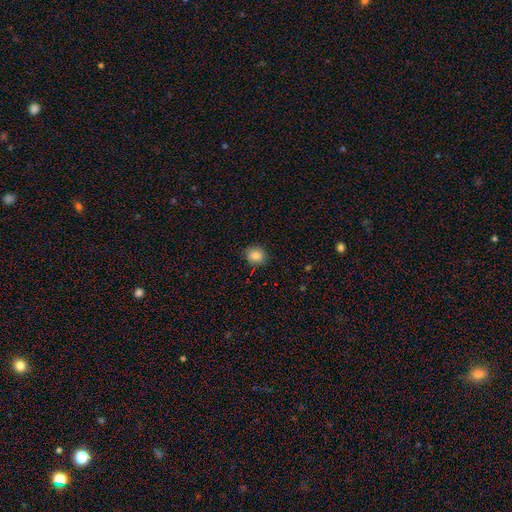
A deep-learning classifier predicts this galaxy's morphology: Smooth or featured?
  - smooth: 85% *
  - star or artifact: 10%
  - featured or disk: 6%
How rounded?
  - round: 78% *
  - in between: 21%
  - cigar-shaped: 1%
Merging?
  - none: 85% *
  - minor disturbance: 11%
  - major disturbance: 2%
  - merger: 1%